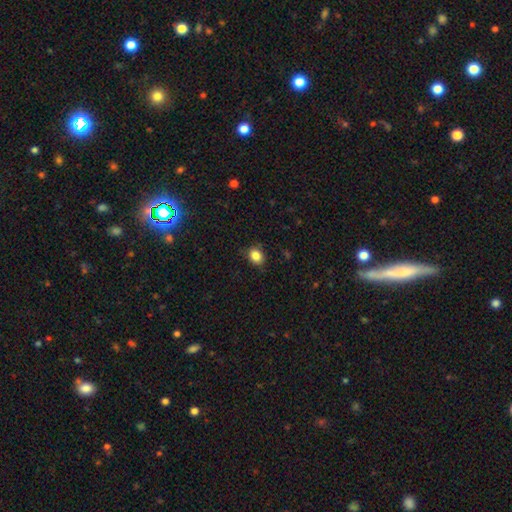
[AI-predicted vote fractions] smooth_or_featured: smooth (p=0.85) [alt: star or artifact p=0.10]
how_rounded: in between (p=0.53) [alt: round p=0.46]
merging: none (p=0.84) [alt: minor disturbance p=0.12]